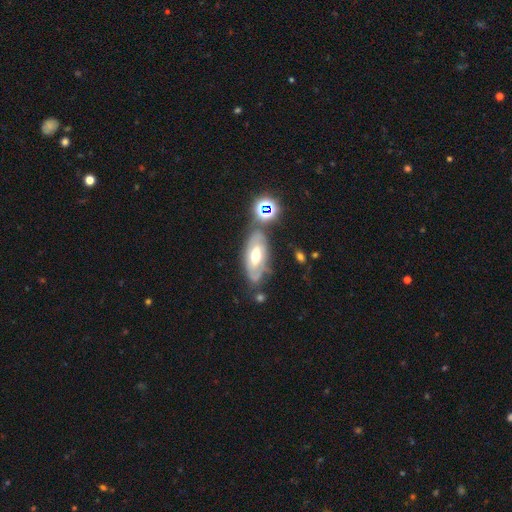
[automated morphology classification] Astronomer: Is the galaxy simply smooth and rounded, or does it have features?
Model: featured or disk — 60%.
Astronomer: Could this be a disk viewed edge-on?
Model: no — 82%.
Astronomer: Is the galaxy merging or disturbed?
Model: none — 61%.